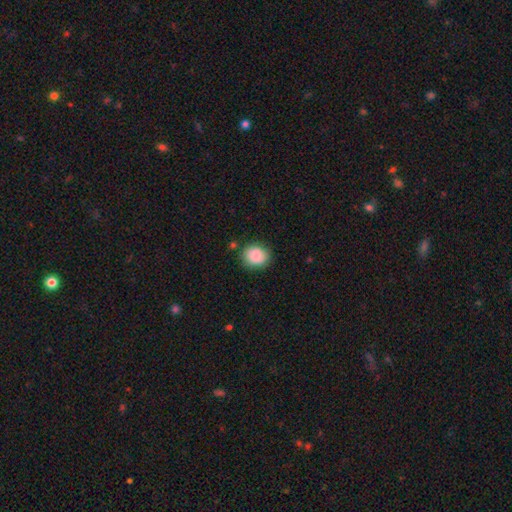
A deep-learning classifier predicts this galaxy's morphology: Smooth or featured? Predicted: smooth (p=0.87). How rounded? Predicted: round (p=0.69). Merging? Predicted: none (p=0.82).